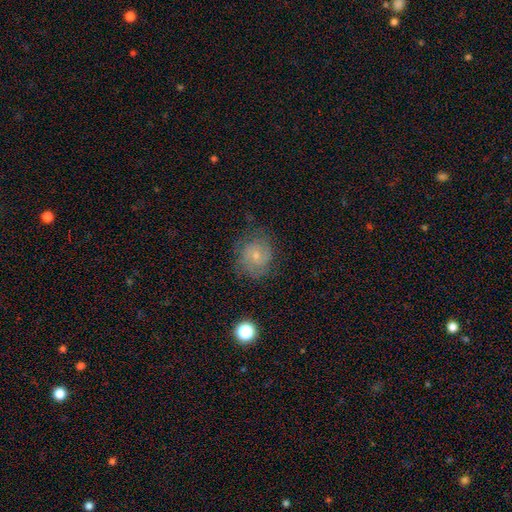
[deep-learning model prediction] A featured or disk galaxy (46%). Merging: none (64%).